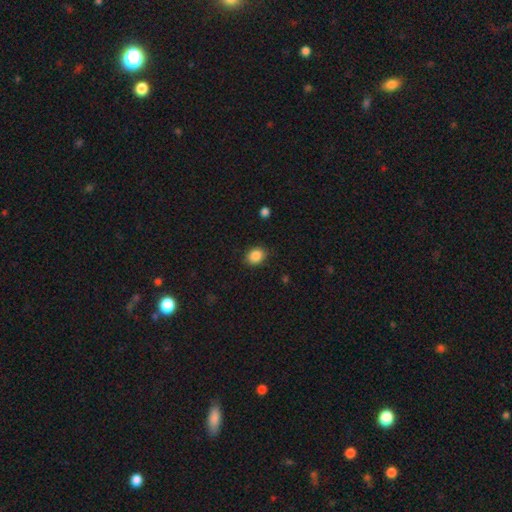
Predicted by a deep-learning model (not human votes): smooth-or-featured: smooth: 87% | star or artifact: 9% | featured or disk: 4%
  how-rounded: round: 57% | in between: 42% | cigar-shaped: 1%
  merging: none: 86% | minor disturbance: 10% | major disturbance: 3% | merger: 1%